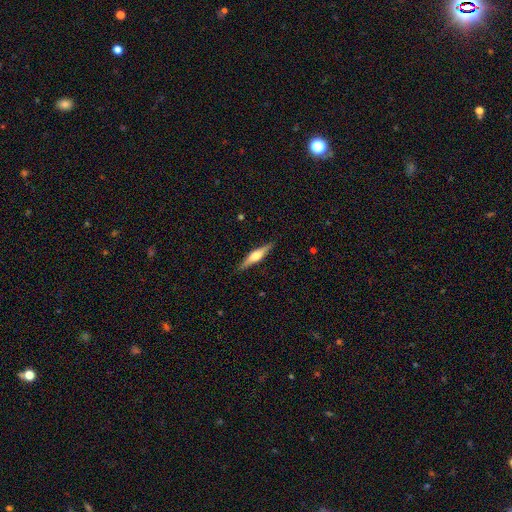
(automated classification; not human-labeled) Smooth or featured? Predicted: featured or disk (p=0.65). Edge-on disk? Predicted: yes (p=0.97). Edge-on bulge? Predicted: rounded (p=0.91). Merging? Predicted: none (p=0.89).